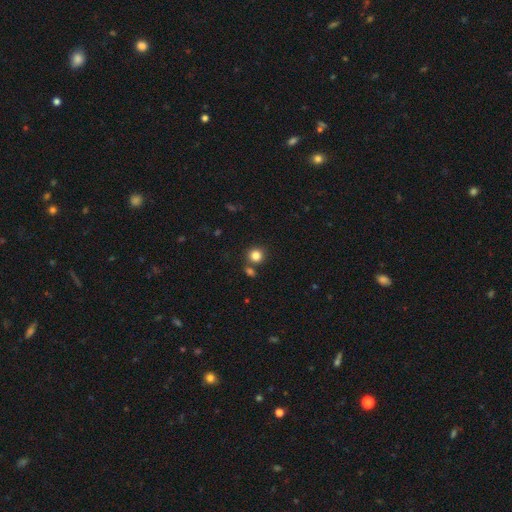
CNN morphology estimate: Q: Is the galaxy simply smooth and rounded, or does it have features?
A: smooth — 83%.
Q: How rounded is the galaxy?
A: round — 88%.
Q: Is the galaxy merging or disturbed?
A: none — 75%.